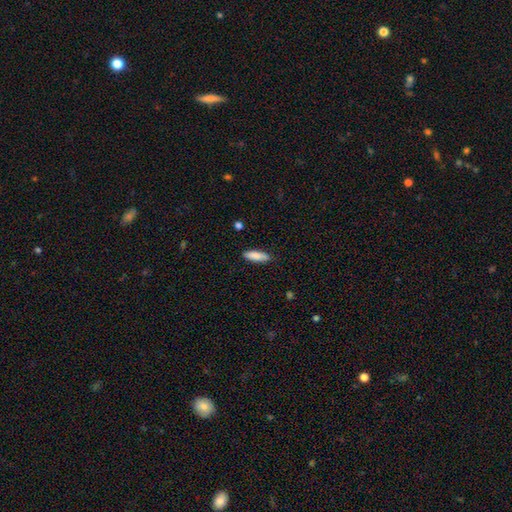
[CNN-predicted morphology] The model was most divided on "how rounded": cigar-shaped: 52%, in between: 46%, round: 2%. More confident: smooth or featured — smooth (87%); merging — none (86%).